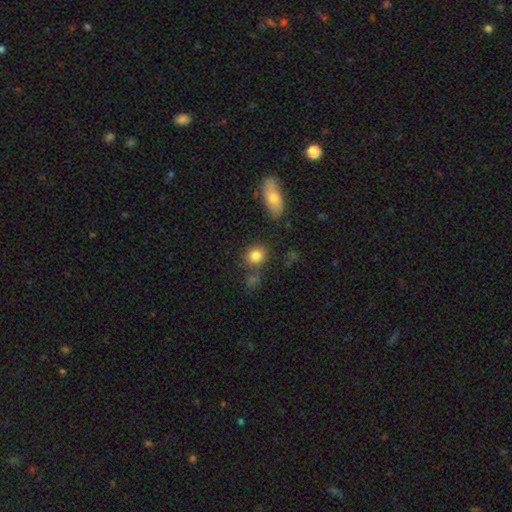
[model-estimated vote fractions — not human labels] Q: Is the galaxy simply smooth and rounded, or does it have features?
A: smooth — 84%.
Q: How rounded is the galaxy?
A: round — 68%.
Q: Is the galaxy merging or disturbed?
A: none — 73%.